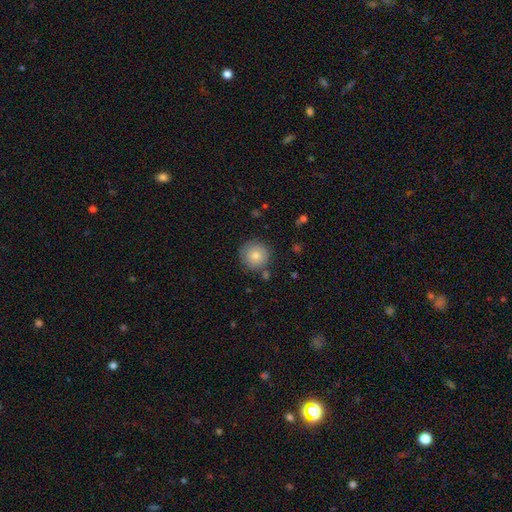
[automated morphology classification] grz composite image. It shows a smooth galaxy with no disk features (78%) that is round (95%). Merging: none (83%).